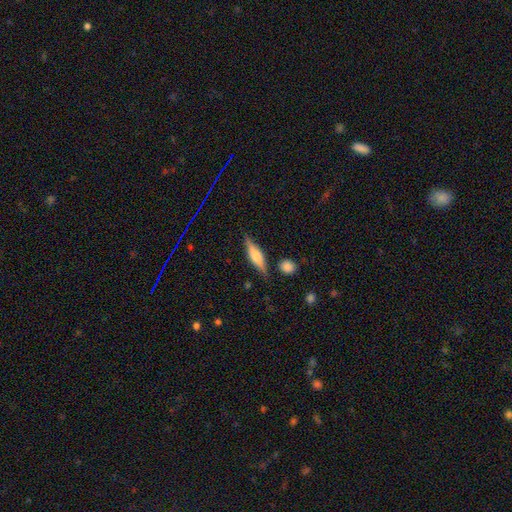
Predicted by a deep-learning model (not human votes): Smooth or featured? featured or disk (49%)
Merging? none (82%)